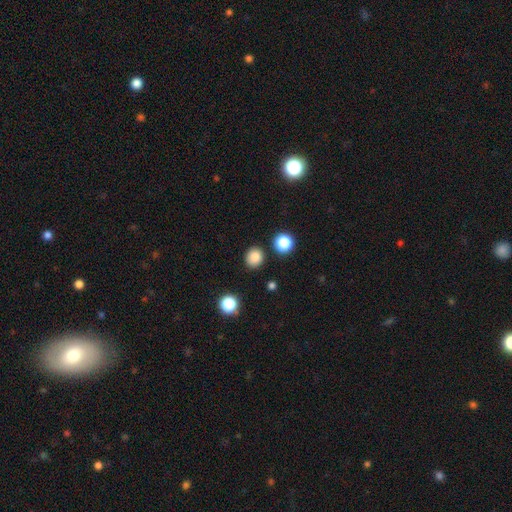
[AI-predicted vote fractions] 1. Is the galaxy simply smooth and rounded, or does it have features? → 84% smooth, 12% star or artifact, 4% featured or disk.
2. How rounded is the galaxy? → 83% round, 16% in between, 1% cigar-shaped.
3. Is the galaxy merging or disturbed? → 87% none, 7% minor disturbance, 3% merger, 2% major disturbance.